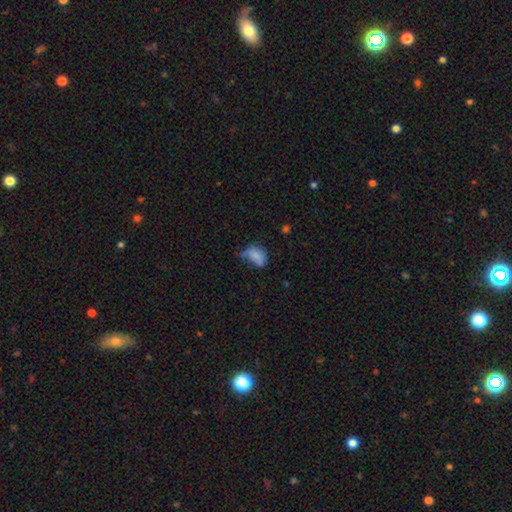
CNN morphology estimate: smooth 74%, featured or disk 14%, star or artifact 11%. Down the decision tree: how rounded — in between (84%); merging — minor disturbance (35%).